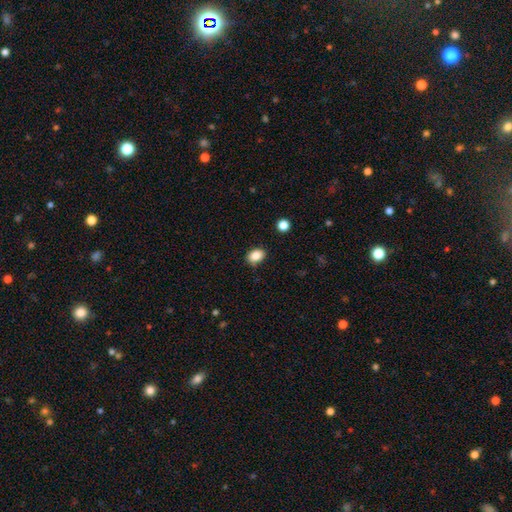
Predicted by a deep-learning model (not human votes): smooth 87%, star or artifact 9%, featured or disk 4%. Down the decision tree: how rounded — in between (76%); merging — none (86%).